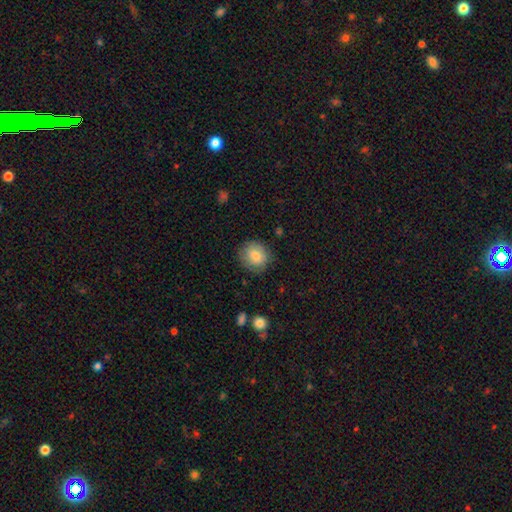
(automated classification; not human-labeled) Smooth or featured? Predicted: smooth (p=0.82). How rounded? Predicted: round (p=0.83). Merging? Predicted: none (p=0.81).